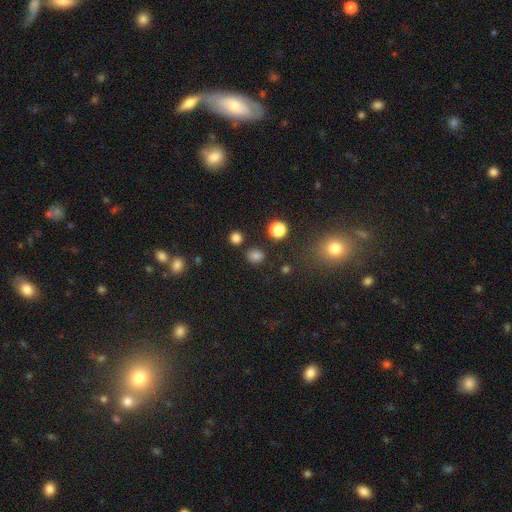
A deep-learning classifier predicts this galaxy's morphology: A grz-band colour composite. It shows a smooth galaxy with no disk features (77%) that is round (68%). Merging: none (81%).